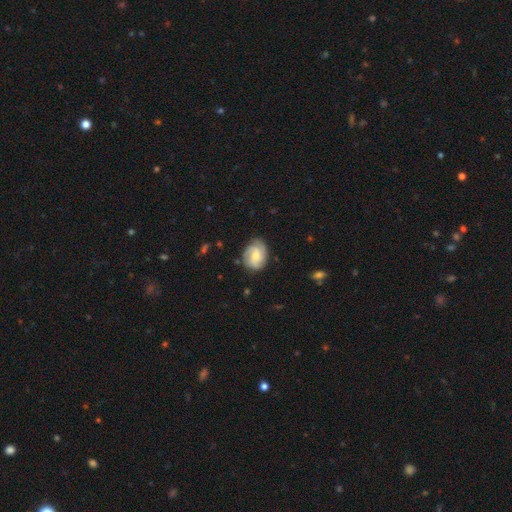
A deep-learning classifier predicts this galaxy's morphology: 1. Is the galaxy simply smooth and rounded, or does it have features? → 68% featured or disk, 25% smooth, 6% star or artifact.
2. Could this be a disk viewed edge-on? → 98% no, 2% yes.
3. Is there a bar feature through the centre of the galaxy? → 56% no, 38% weak, 6% strong.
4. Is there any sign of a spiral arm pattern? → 94% yes, 6% no.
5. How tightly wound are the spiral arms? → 42% tight (tied), 42% medium (tied), 16% loose.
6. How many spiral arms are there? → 42% 3, 27% 2, 16% can't tell, 7% 4, 4% 1, 3% more than 4.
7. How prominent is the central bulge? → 48% small, 44% moderate, 5% none, 3% large, 1% dominant.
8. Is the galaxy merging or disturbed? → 76% none, 18% minor disturbance, 5% major disturbance, 1% merger.